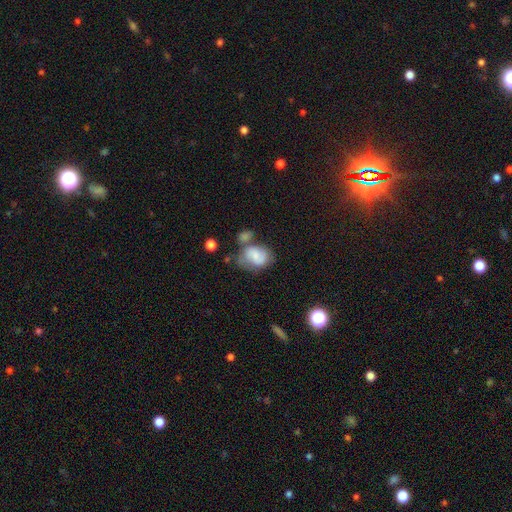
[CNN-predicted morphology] smooth-or-featured: smooth: 69% | featured or disk: 23% | star or artifact: 9%
  how-rounded: in between: 66% | round: 33% | cigar-shaped: 1%
  merging: none: 33% | merger: 29% | minor disturbance: 23% | major disturbance: 15%